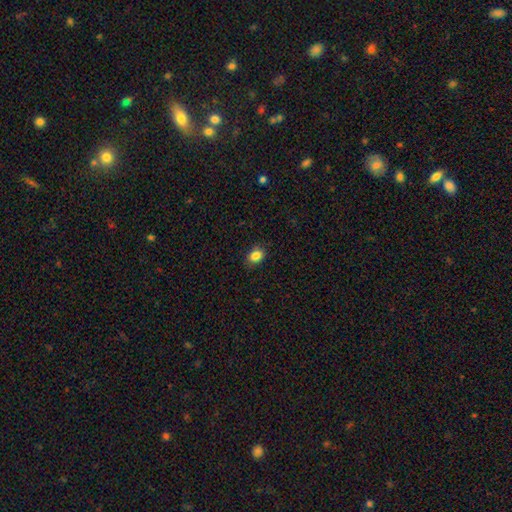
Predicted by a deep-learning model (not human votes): This is clearly a smooth galaxy (86%). How rounded: likely in between (69%). Merging: clearly none (85%).